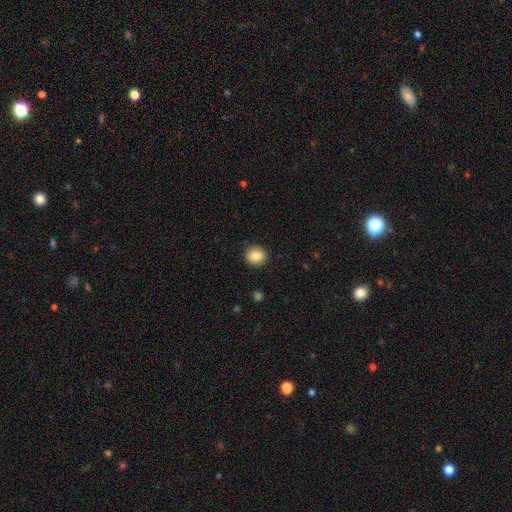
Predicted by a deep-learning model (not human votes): A smooth galaxy with no disk features (85%) that is round (88%). Merging: none (91%).